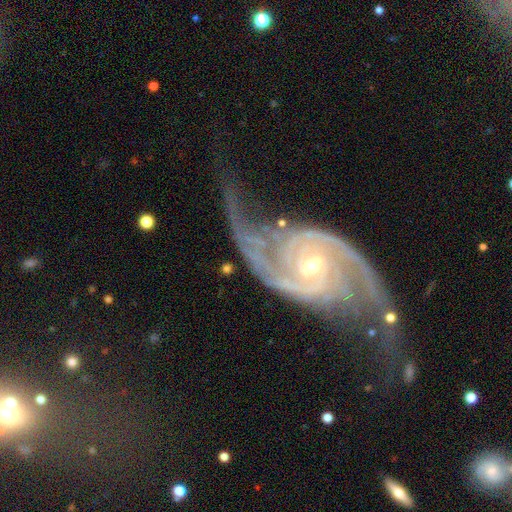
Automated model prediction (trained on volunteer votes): Q: Smooth or featured?
A: featured or disk (93%); runner-up: star or artifact (5%)
Q: Edge-on disk?
A: no (97%); runner-up: yes (3%)
Q: Bar?
A: no (59%); runner-up: weak (27%)
Q: Spiral arms?
A: yes (99%); runner-up: no (1%)
Q: Spiral winding?
A: medium (51%); runner-up: tight (26%)
Q: Spiral arm count?
A: 2 (87%); runner-up: 3 (4%)
Q: Bulge size?
A: small (59%); runner-up: moderate (38%)
Q: Merging?
A: none (63%); runner-up: minor disturbance (19%)